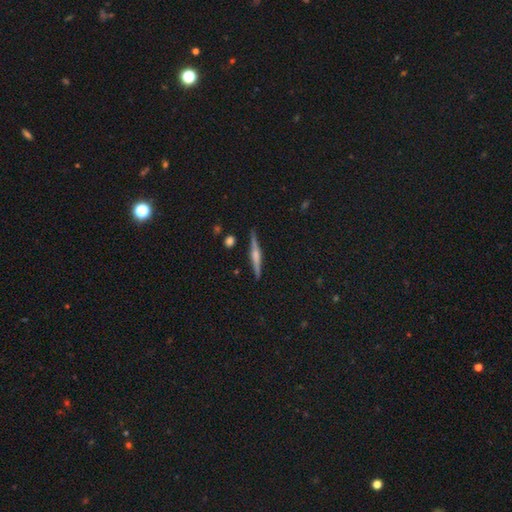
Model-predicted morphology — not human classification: A featured or disk galaxy (68%) viewed edge-on (98%) with a rounded central bulge (70%). Merging: none (88%).